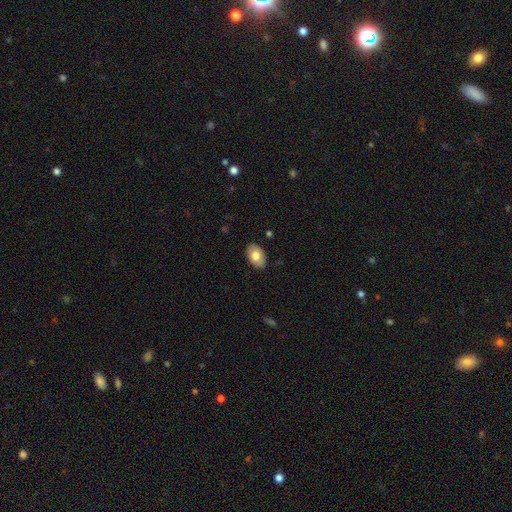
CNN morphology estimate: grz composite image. It shows a smooth galaxy with no disk features (73%) that is in between round and cigar-shaped (90%). Merging: none (87%).